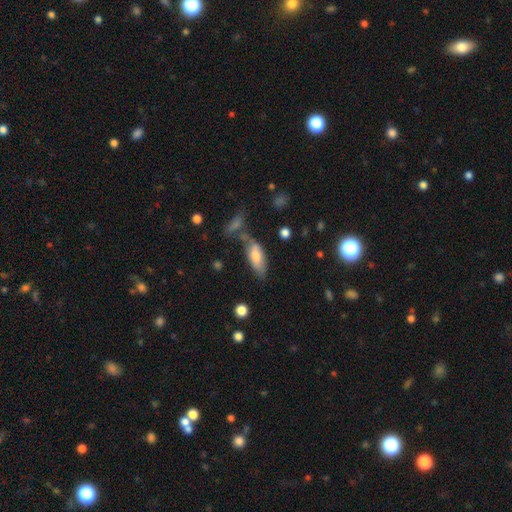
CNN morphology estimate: Q: Smooth or featured?
A: smooth (69%); runner-up: featured or disk (24%)
Q: How rounded?
A: in between (76%); runner-up: cigar-shaped (21%)
Q: Merging?
A: none (45%); runner-up: minor disturbance (25%)